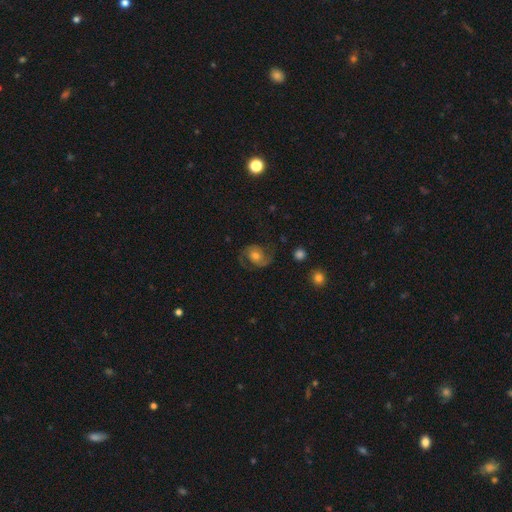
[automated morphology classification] Smooth or featured? featured or disk (80%)
Edge-on disk? no (98%)
Bar? no (68%)
Spiral arms? yes (95%)
Spiral winding? medium (51%)
Spiral arm count? 2 (92%)
Bulge size? moderate (63%)
Merging? none (73%)